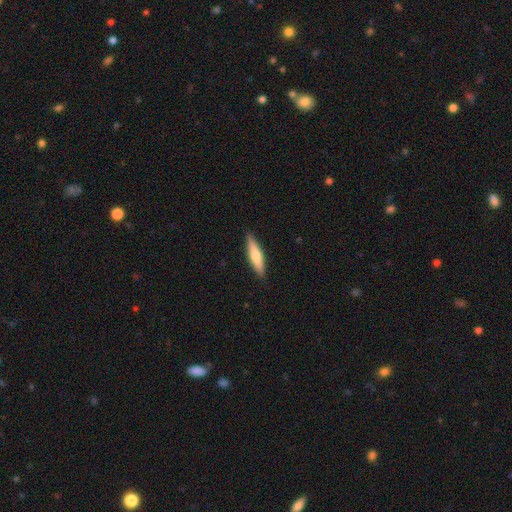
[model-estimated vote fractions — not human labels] Q: Smooth or featured?
A: smooth (58%); runner-up: featured or disk (36%)
Q: How rounded?
A: cigar-shaped (79%); runner-up: in between (19%)
Q: Merging?
A: none (89%); runner-up: minor disturbance (8%)